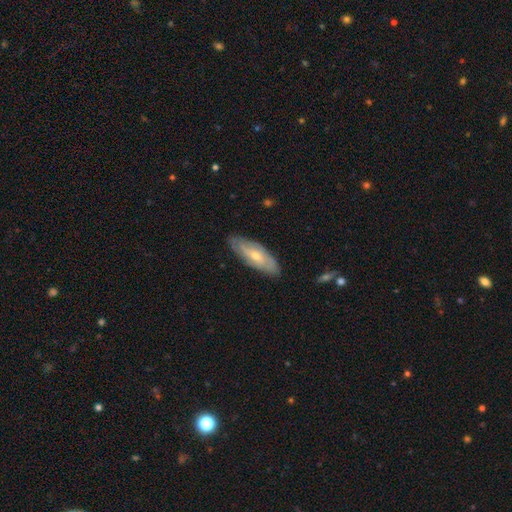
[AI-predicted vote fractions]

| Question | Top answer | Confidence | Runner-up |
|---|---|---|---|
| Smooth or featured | featured or disk | 55% | smooth (38%) |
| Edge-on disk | no | 76% | yes (24%) |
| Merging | none | 83% | minor disturbance (13%) |